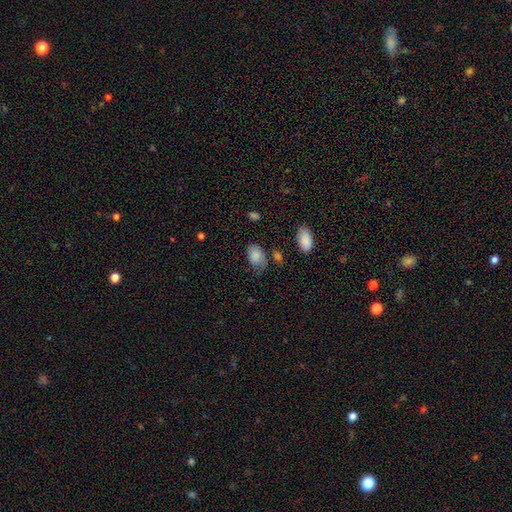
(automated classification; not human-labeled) A smooth galaxy with no disk features (81%) that is in between round and cigar-shaped (86%).

Vote fractions:
- Smooth or featured? smooth: 81% / featured or disk: 11% / star or artifact: 8%
- How rounded? in between: 86% / round: 13% / cigar-shaped: 1%
- Merging? none: 50% / minor disturbance: 32% / major disturbance: 13% / merger: 5%